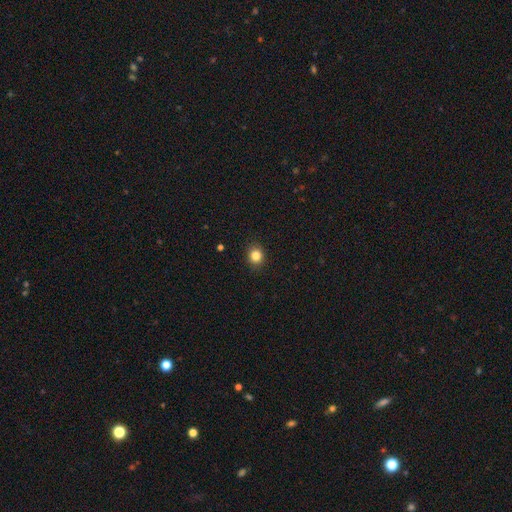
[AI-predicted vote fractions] Smooth or featured? smooth (84%)
How rounded? round (76%)
Merging? none (90%)